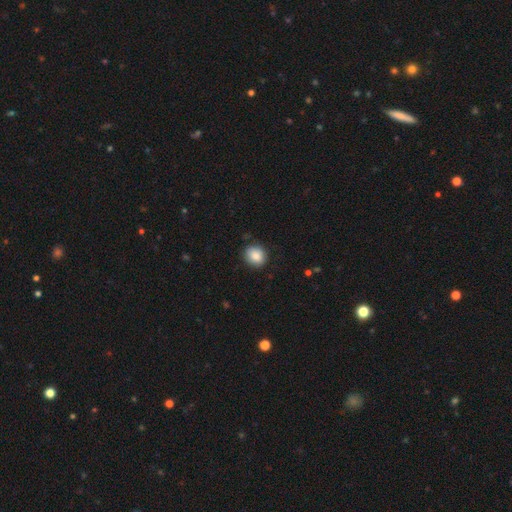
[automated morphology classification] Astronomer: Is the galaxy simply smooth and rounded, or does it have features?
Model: smooth — 86%.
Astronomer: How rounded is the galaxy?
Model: round — 77%.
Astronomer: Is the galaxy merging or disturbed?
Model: none — 86%.